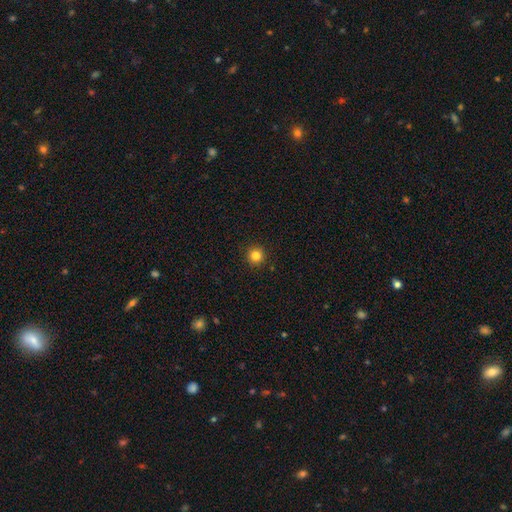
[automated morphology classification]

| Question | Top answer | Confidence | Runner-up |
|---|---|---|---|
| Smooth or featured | smooth | 82% | star or artifact (13%) |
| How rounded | round | 96% | in between (3%) |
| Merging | none | 93% | minor disturbance (5%) |